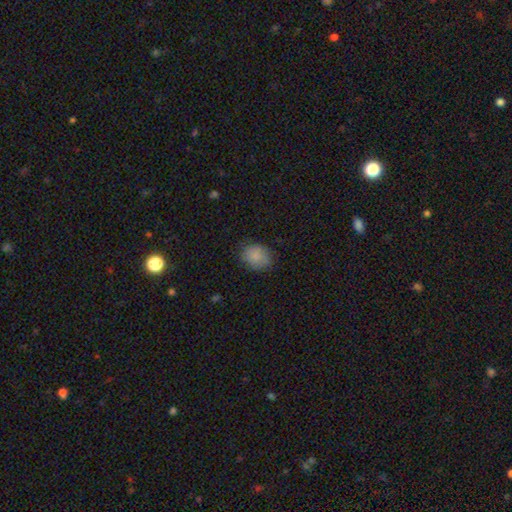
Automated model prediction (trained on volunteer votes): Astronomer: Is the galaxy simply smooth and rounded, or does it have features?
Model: smooth — 84%.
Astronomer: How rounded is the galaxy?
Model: round — 56% (runner-up: in between, 43%).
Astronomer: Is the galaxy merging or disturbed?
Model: none — 74%.